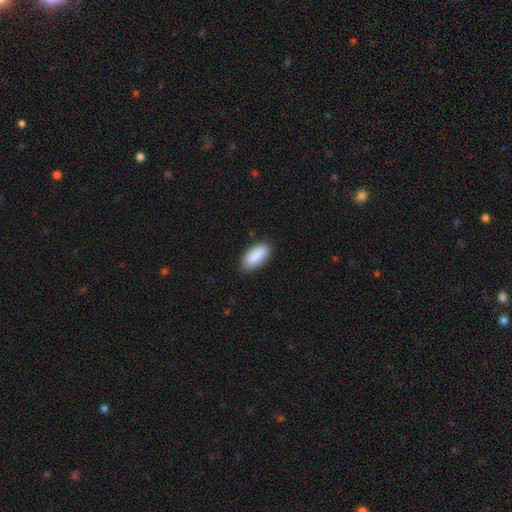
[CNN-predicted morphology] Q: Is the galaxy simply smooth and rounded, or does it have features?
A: smooth — 91%.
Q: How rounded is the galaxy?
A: in between — 90%.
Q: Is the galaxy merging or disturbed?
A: none — 85%.